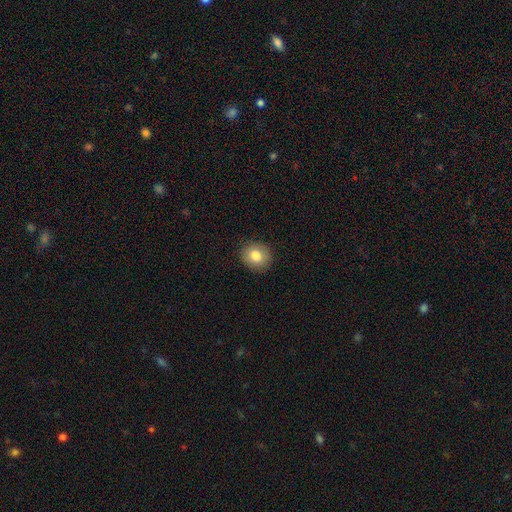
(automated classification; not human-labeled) Smooth or featured? Predicted: smooth (p=0.81). How rounded? Predicted: round (p=0.72). Merging? Predicted: none (p=0.90).